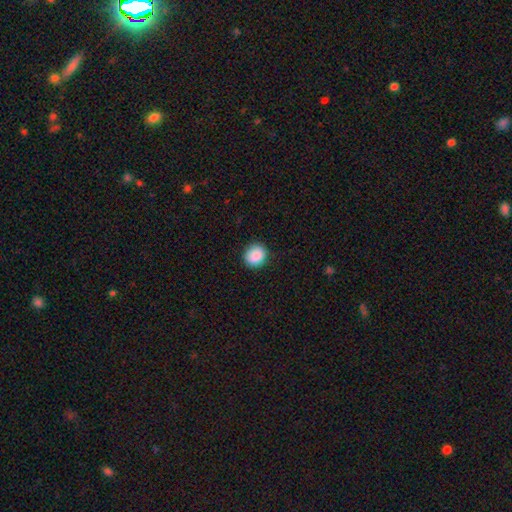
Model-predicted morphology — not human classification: Smooth or featured? Predicted: smooth (p=0.89). How rounded? Predicted: round (p=0.80). Merging? Predicted: none (p=0.88).